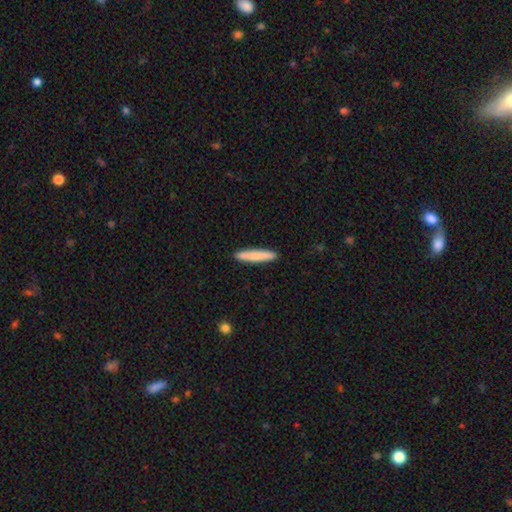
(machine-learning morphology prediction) type=smooth (79%); roundness=cigar-shaped (93%); merging=none (90%).